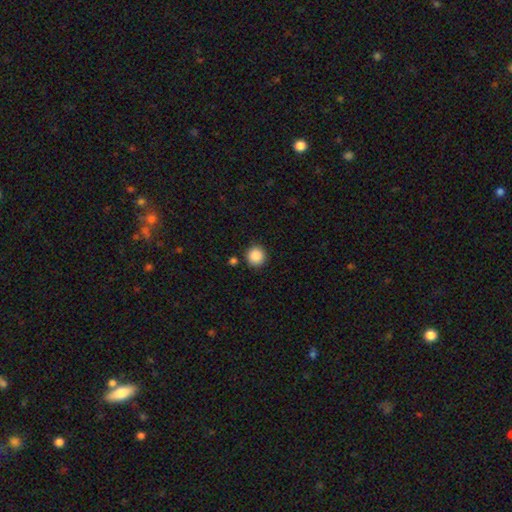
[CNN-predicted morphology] A smooth galaxy with no disk features (88%) that is round (94%).

Vote fractions:
- Smooth or featured? smooth: 88% / star or artifact: 9% / featured or disk: 3%
- How rounded? round: 94% / in between: 5% / cigar-shaped: 1%
- Merging? none: 89% / minor disturbance: 7% / merger: 3% / major disturbance: 2%